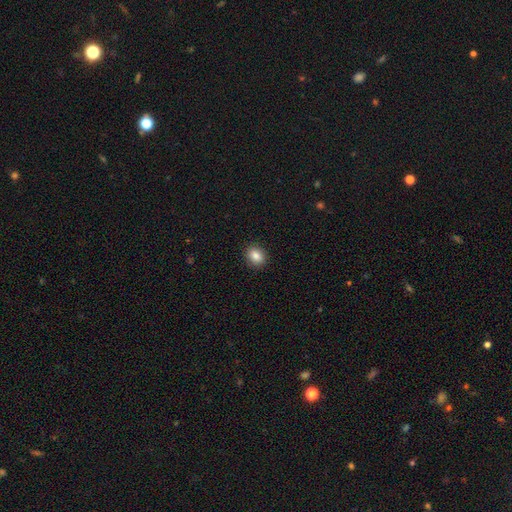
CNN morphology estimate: Overall: smooth (86%). How rounded: round (53%; in between 46%). Merging: none (91%).